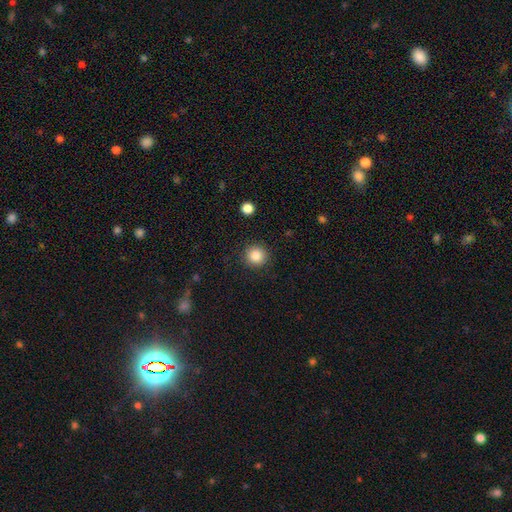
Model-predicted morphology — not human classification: This appears to be a smooth galaxy with no disk features (86%) that is round (93%). Merging: none (90%).